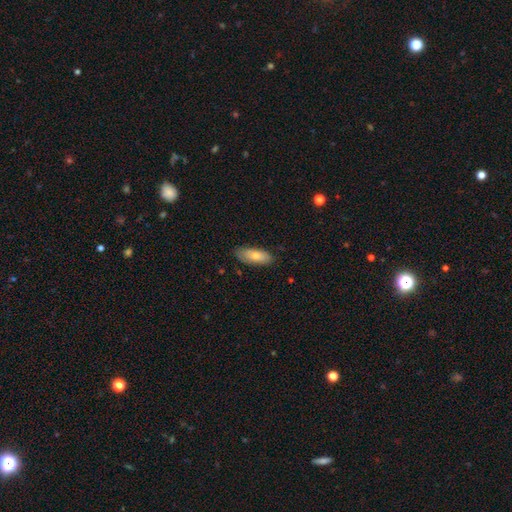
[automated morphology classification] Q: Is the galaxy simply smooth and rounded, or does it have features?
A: smooth — 70%.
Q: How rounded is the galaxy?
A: in between — 78%.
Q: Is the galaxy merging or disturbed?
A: none — 78%.